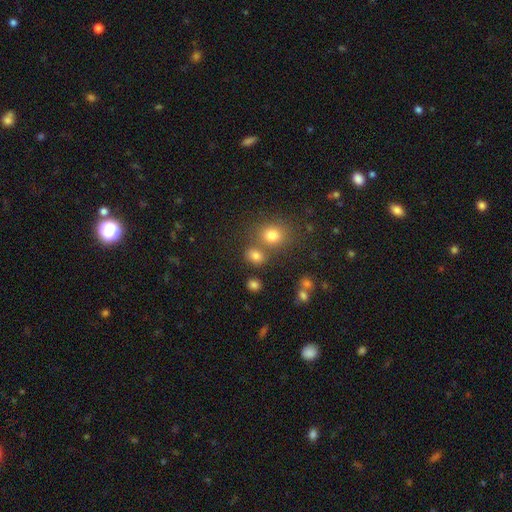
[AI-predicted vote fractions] Morphology: type=smooth (76%); roundness=round (55%); merging=none (63%).